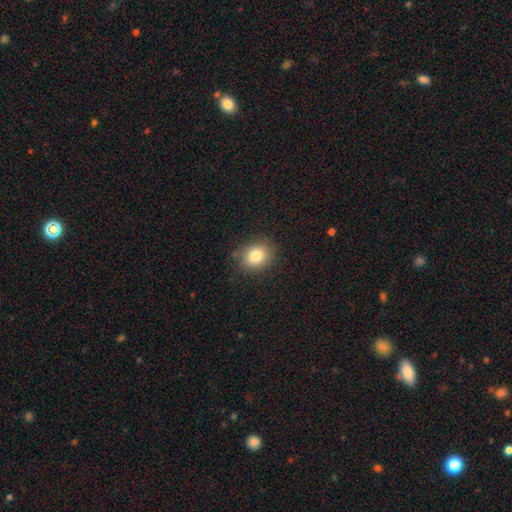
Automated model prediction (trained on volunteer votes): Smooth or featured: smooth — 82% (star or artifact — 10%)
How rounded: round — 55% (in between — 44%)
Merging: none — 85% (minor disturbance — 11%)